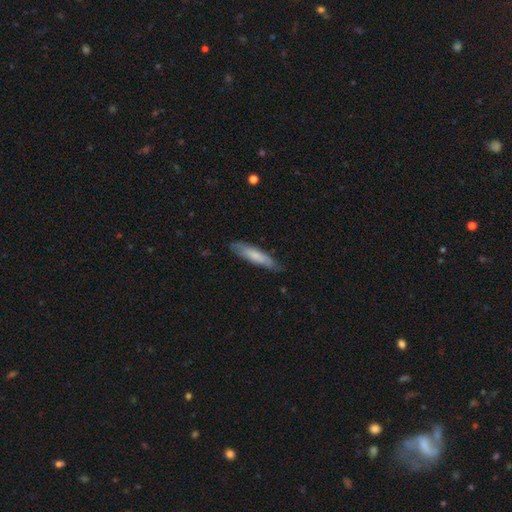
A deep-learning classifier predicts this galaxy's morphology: Smooth or featured: smooth — 69% (featured or disk — 26%)
How rounded: cigar-shaped — 79% (in between — 20%)
Merging: none — 78% (minor disturbance — 18%)